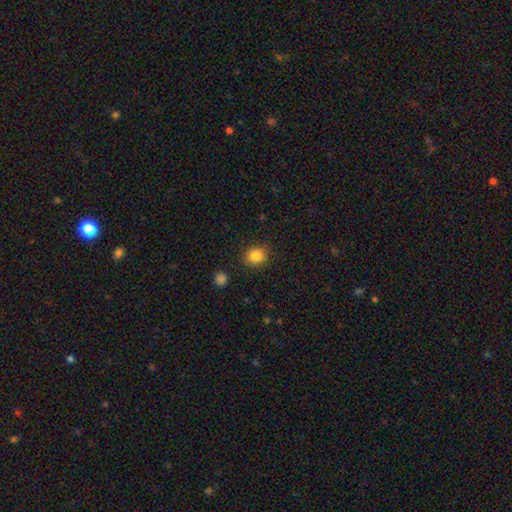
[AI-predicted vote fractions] A smooth galaxy with no disk features (85%) that is round (78%).

Vote fractions:
- Smooth or featured? smooth: 85% / star or artifact: 11% / featured or disk: 5%
- How rounded? round: 78% / in between: 22% / cigar-shaped: 1%
- Merging? none: 86% / minor disturbance: 9% / major disturbance: 3% / merger: 1%